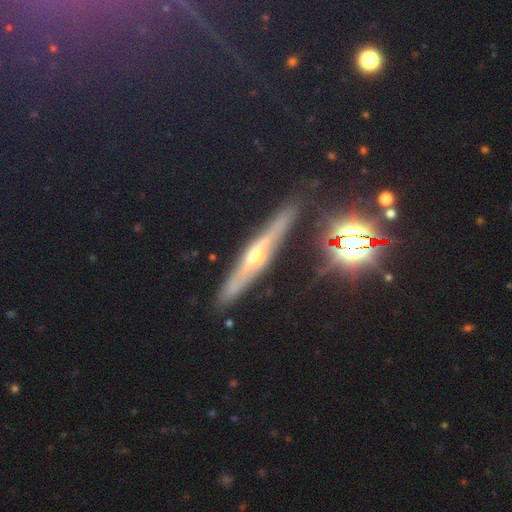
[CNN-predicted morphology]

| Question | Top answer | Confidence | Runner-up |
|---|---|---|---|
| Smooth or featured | featured or disk | 62% | star or artifact (20%) |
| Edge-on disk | yes | 92% | no (8%) |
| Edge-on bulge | rounded | 86% | none (10%) |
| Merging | none | 86% | minor disturbance (9%) |